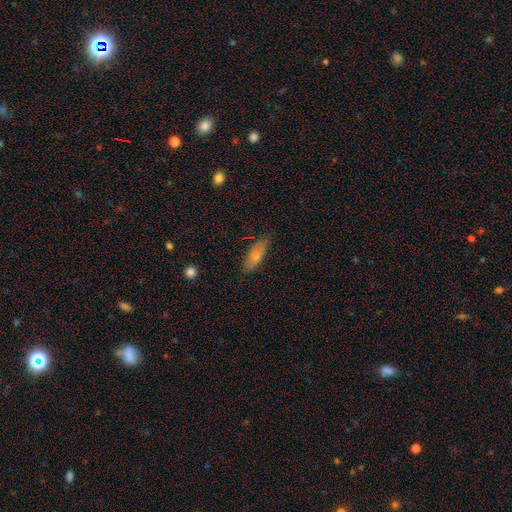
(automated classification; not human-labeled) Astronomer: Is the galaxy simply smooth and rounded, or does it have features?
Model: smooth — 74%.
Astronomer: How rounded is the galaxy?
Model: in between — 64%.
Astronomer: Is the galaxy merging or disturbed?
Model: none — 80%.